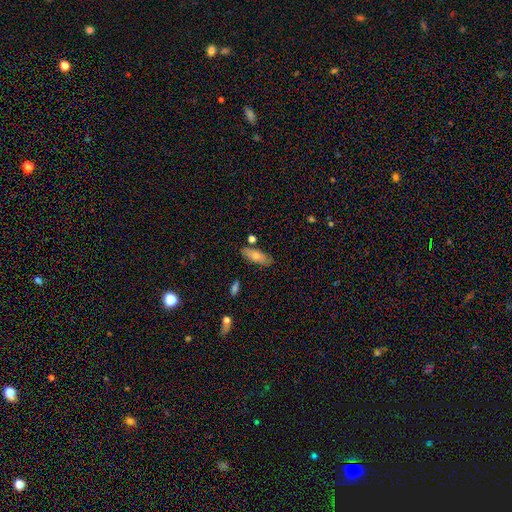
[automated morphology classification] Overall: smooth (72%). How rounded: in between (75%). Merging: none (79%).